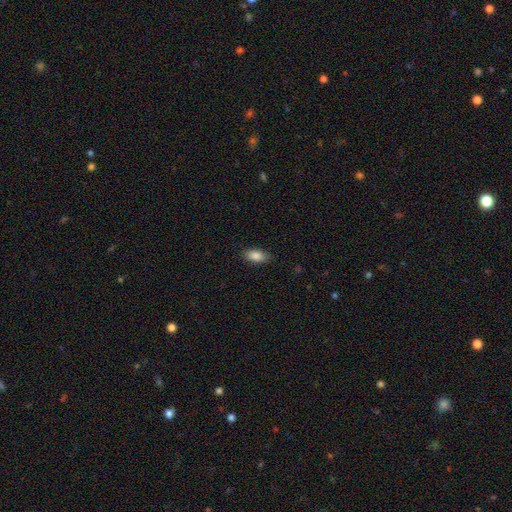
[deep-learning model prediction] Overall: smooth (87%). How rounded: in between (90%). Merging: none (87%).